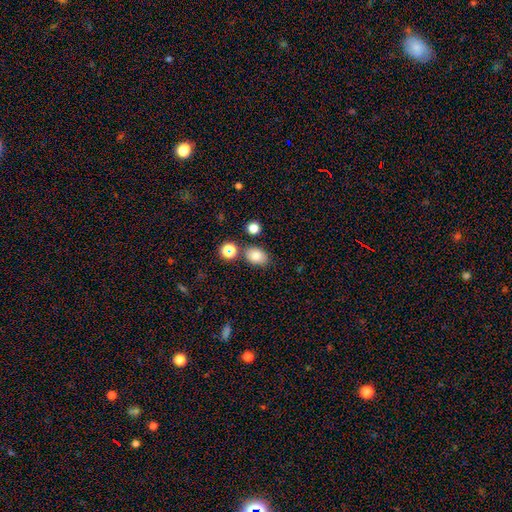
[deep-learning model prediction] smooth 79%, star or artifact 12%, featured or disk 9%. Down the decision tree: how rounded — in between (74%); merging — none (77%).